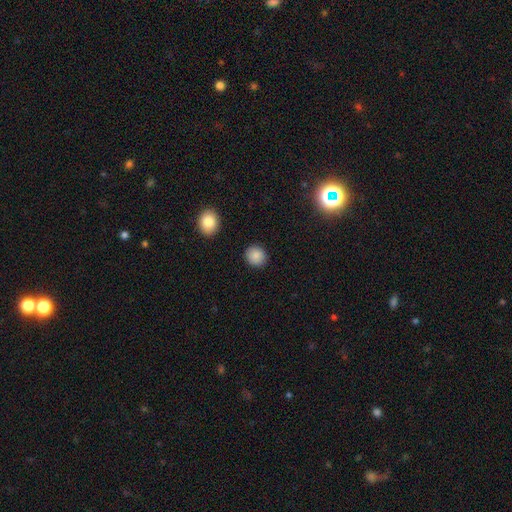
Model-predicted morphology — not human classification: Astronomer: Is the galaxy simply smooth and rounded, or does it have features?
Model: smooth — 87%.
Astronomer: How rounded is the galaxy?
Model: round — 86%.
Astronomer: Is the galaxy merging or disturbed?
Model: none — 90%.